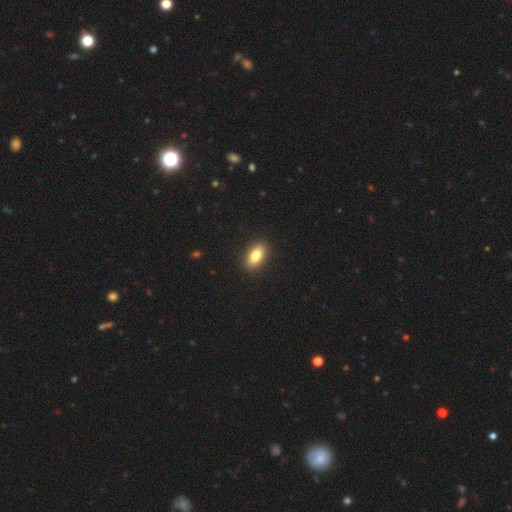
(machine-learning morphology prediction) smooth 82%, featured or disk 11%, star or artifact 8%. Down the decision tree: how rounded — in between (88%); merging — none (90%).